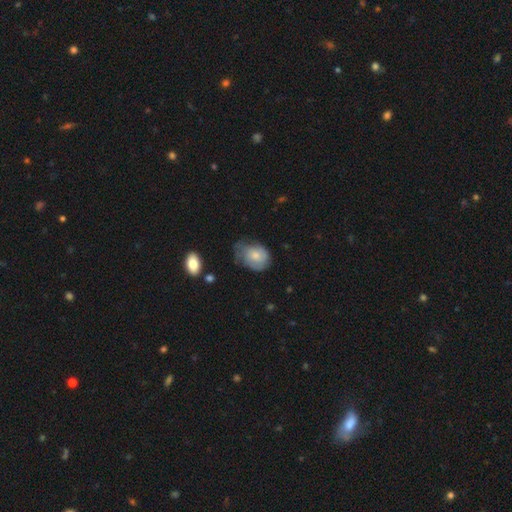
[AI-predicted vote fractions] This appears to be a smooth galaxy with no disk features (66%) that is in between round and cigar-shaped (59%). Merging: minor disturbance (42%).